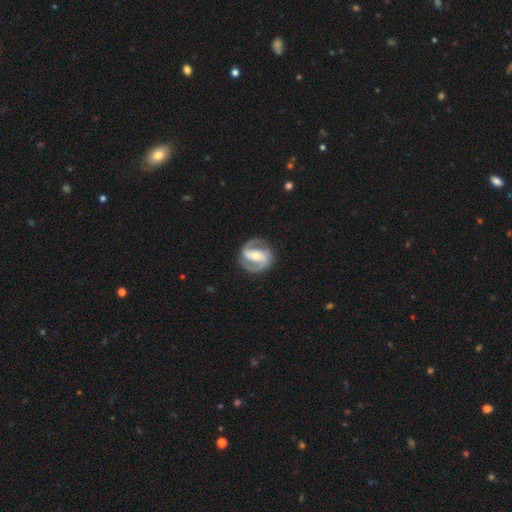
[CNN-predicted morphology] featured or disk 89%, smooth 7%, star or artifact 4%. Down the decision tree: edge-on disk — no (98%); bar — strong (51%); spiral arms — yes (95%); spiral arm count — 2 (92%); spiral winding — medium (50%); bulge size — moderate (62%); merging — none (84%).